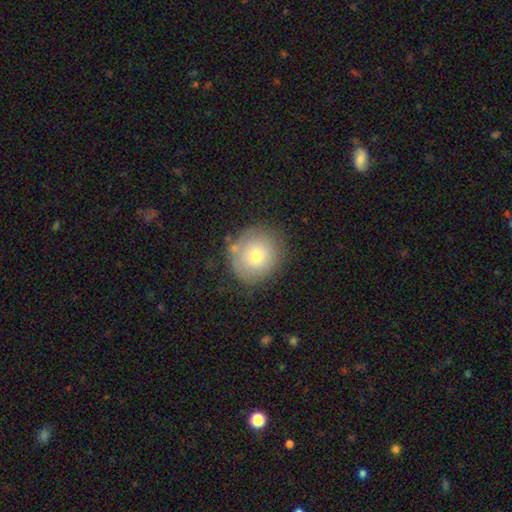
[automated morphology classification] Smooth or featured?
  - smooth: 71% *
  - featured or disk: 20%
  - star or artifact: 10%
How rounded?
  - round: 88% *
  - in between: 11%
  - cigar-shaped: 1%
Merging?
  - none: 77% *
  - minor disturbance: 15%
  - major disturbance: 5%
  - merger: 4%